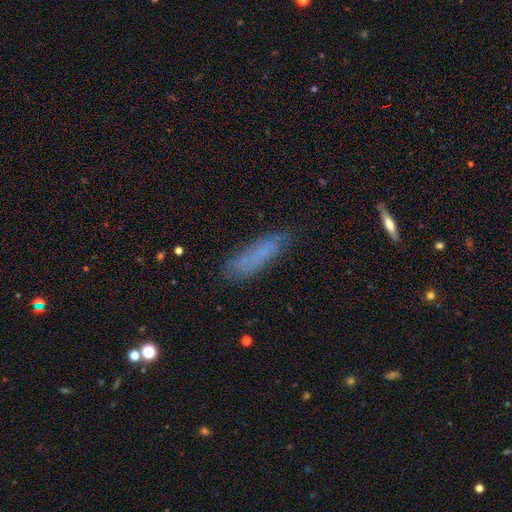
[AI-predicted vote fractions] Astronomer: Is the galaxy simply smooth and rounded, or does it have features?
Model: smooth — 68%.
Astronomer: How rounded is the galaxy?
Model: cigar-shaped — 71%.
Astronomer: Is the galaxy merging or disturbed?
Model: none — 78%.